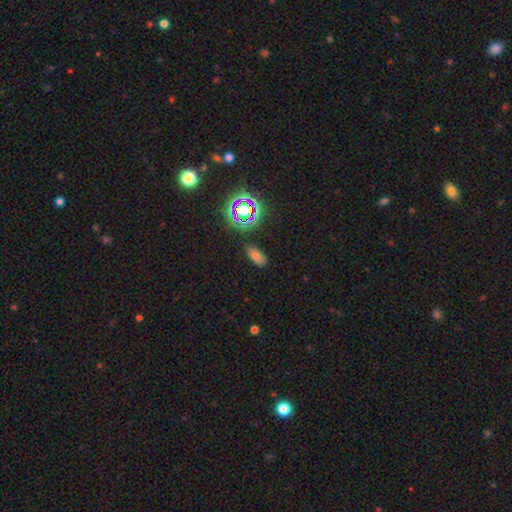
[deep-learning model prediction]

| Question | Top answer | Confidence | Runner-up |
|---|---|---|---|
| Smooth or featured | smooth | 58% | star or artifact (31%) |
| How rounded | in between | 84% | round (8%) |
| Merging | none | 83% | minor disturbance (12%) |